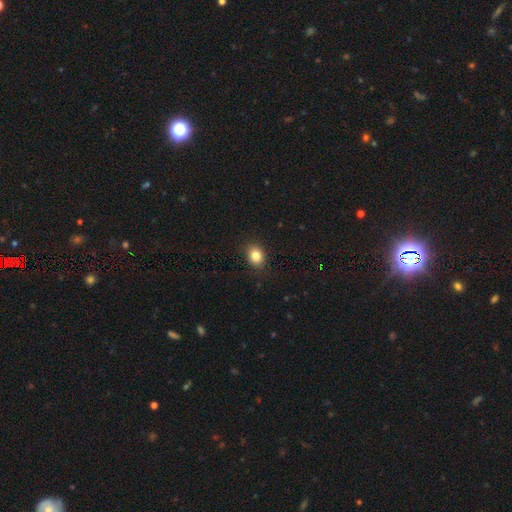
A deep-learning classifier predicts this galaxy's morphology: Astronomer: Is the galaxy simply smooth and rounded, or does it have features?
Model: smooth — 84%.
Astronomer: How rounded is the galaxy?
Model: round — 52% (runner-up: in between, 47%).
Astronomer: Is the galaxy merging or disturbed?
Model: none — 85%.